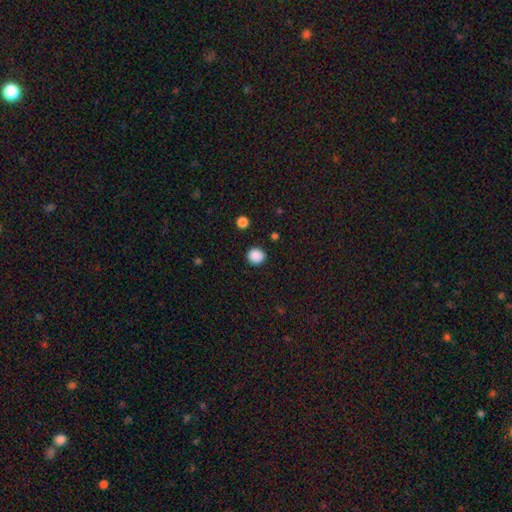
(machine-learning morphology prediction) smooth_or_featured: smooth (p=0.88) [alt: star or artifact p=0.10]
how_rounded: round (p=0.87) [alt: in between p=0.12]
merging: none (p=0.90) [alt: minor disturbance p=0.07]